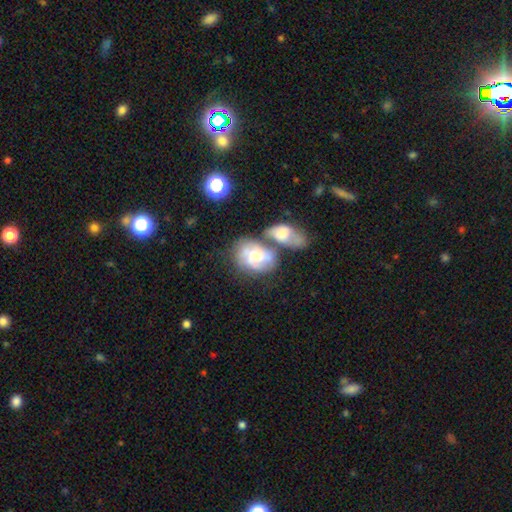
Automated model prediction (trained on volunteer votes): A featured or disk galaxy (52%).

Vote fractions:
- Smooth or featured? featured or disk: 52% / smooth: 40% / star or artifact: 8%
- Edge-on disk? no: 96% / yes: 4%
- Merging? merger: 51% / none: 22% / minor disturbance: 14% / major disturbance: 13%